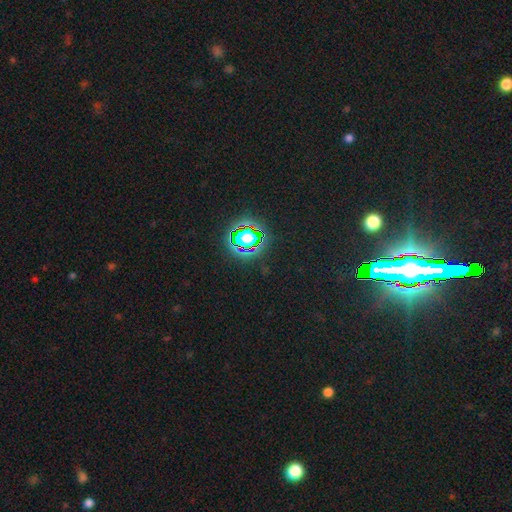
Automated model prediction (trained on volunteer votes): A star or artifact, not a galaxy (84%).

Vote fractions:
- Smooth or featured? star or artifact: 84% / smooth: 9% / featured or disk: 7%